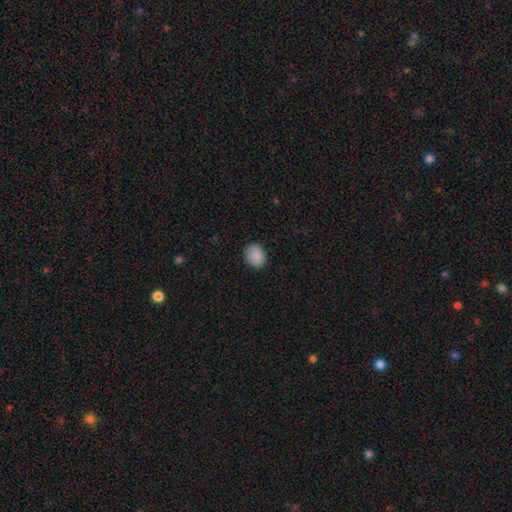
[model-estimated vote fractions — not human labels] Smooth or featured? smooth (89%)
How rounded? round (54%)
Merging? none (87%)